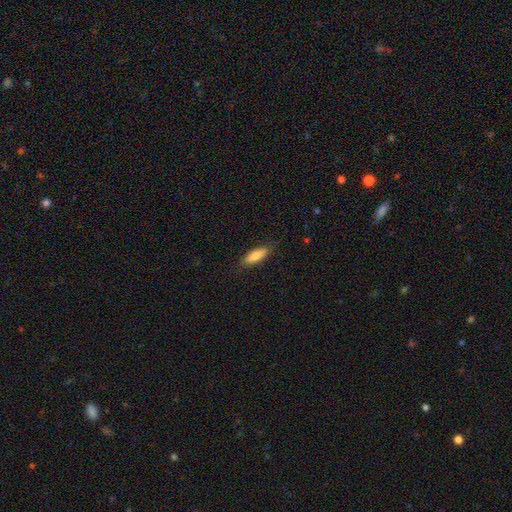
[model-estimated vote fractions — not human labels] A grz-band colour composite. It shows a smooth galaxy with no disk features (81%) that is in between round and cigar-shaped (55%). Merging: none (82%).